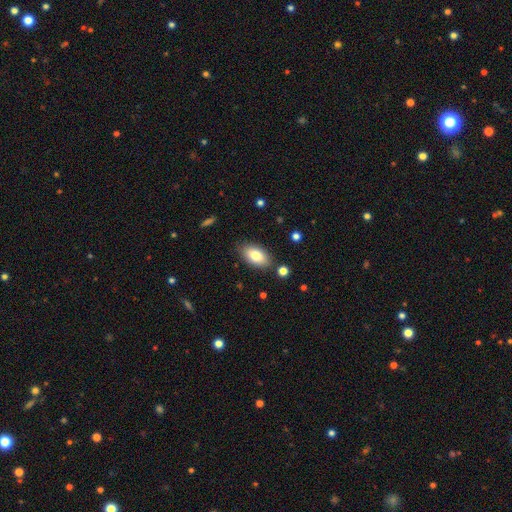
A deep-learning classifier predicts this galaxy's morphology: This appears to be a smooth galaxy with no disk features (80%) that is in between round and cigar-shaped (93%). Merging: none (83%).